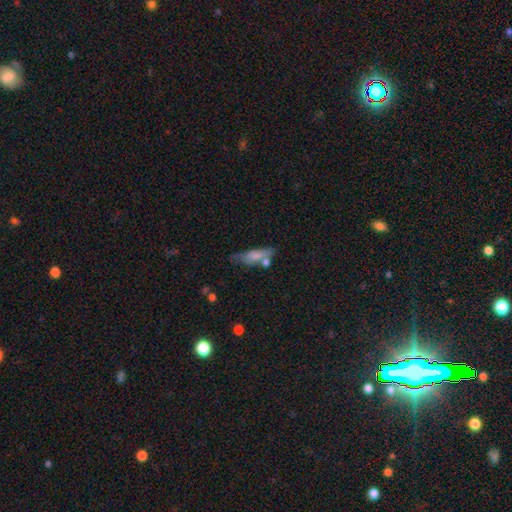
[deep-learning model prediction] smooth 68%, featured or disk 25%, star or artifact 7%. Down the decision tree: how rounded — cigar-shaped (55%); merging — none (49%).